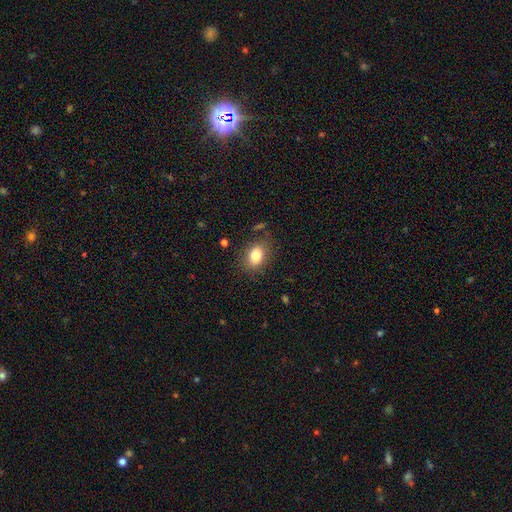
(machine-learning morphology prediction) This is clearly a smooth galaxy (81%). How rounded: likely in between (70%). Merging: likely none (80%).